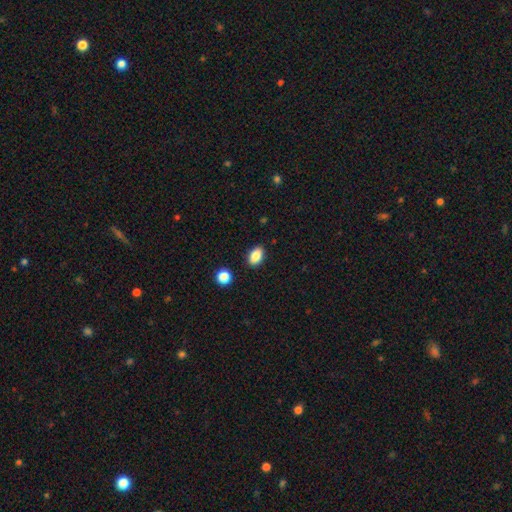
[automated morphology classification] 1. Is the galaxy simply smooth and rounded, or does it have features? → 86% smooth, 9% star or artifact, 5% featured or disk.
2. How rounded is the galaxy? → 88% in between, 10% round, 2% cigar-shaped.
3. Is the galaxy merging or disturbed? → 88% none, 8% minor disturbance, 2% merger, 2% major disturbance.